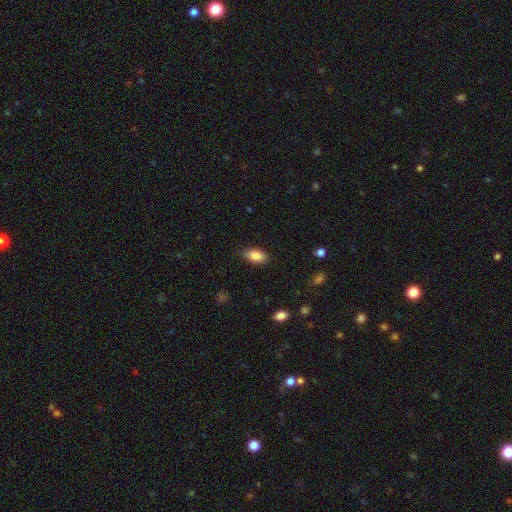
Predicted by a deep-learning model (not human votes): Q: Smooth or featured?
A: smooth (88%); runner-up: star or artifact (8%)
Q: How rounded?
A: in between (92%); runner-up: round (6%)
Q: Merging?
A: none (86%); runner-up: minor disturbance (11%)